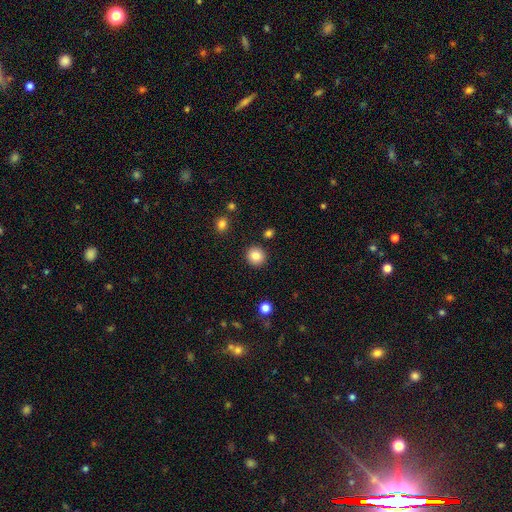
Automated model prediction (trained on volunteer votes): A smooth galaxy with no disk features (84%) that is round (93%).

Vote fractions:
- Smooth or featured? smooth: 84% / star or artifact: 10% / featured or disk: 6%
- How rounded? round: 93% / in between: 6% / cigar-shaped: 1%
- Merging? none: 91% / minor disturbance: 5% / merger: 2% / major disturbance: 2%